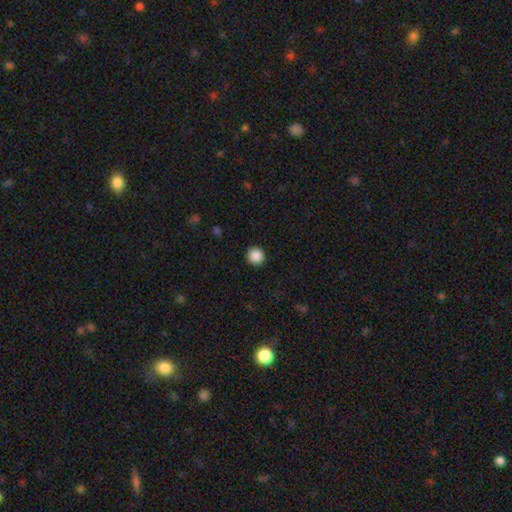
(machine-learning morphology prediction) Smooth or featured: smooth — 88% (star or artifact — 9%)
How rounded: round — 94% (in between — 5%)
Merging: none — 92% (minor disturbance — 5%)